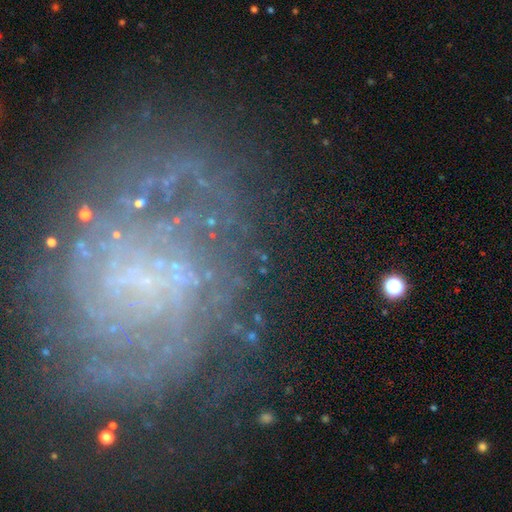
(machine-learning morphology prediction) This is likely a featured or disk galaxy (78%). It is clearly not viewed edge-on (98%). Bar: possibly no (49%). Spiral arm pattern: clearly yes (84%). Spiral arm count: marginally can't tell (43%). Spiral winding: possibly tight (54%). Central bulge: possibly none (50%). Merging: likely none (65%).